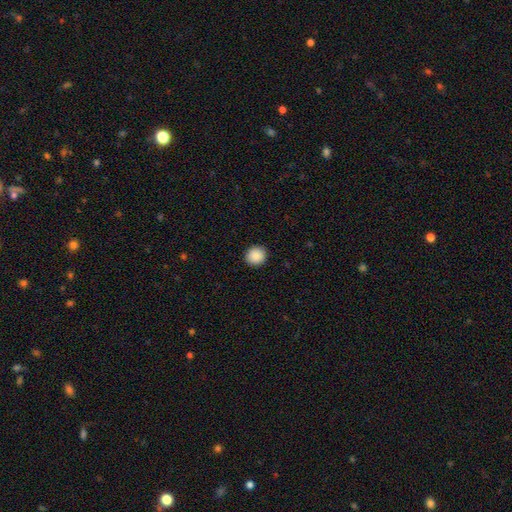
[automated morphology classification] Smooth or featured? Predicted: smooth (p=0.89). How rounded? Predicted: round (p=0.89). Merging? Predicted: none (p=0.92).